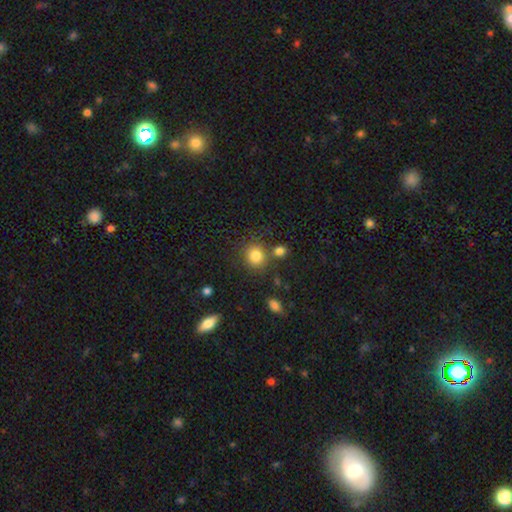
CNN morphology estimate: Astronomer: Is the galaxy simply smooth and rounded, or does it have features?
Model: smooth — 82%.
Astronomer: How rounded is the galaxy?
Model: round — 80%.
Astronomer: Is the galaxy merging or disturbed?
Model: none — 73%.